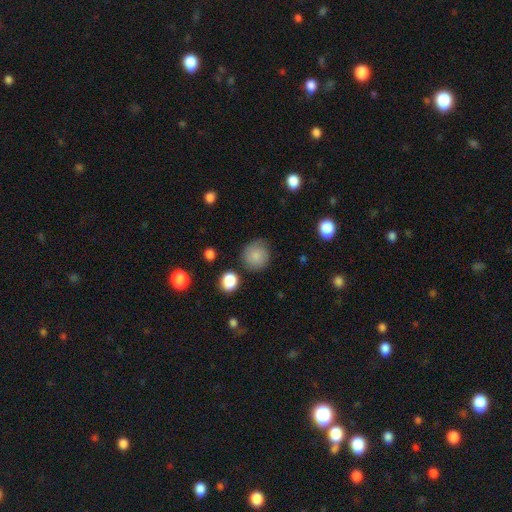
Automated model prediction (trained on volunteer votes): This is clearly a smooth galaxy (81%). How rounded: clearly round (91%). Merging: likely none (79%).